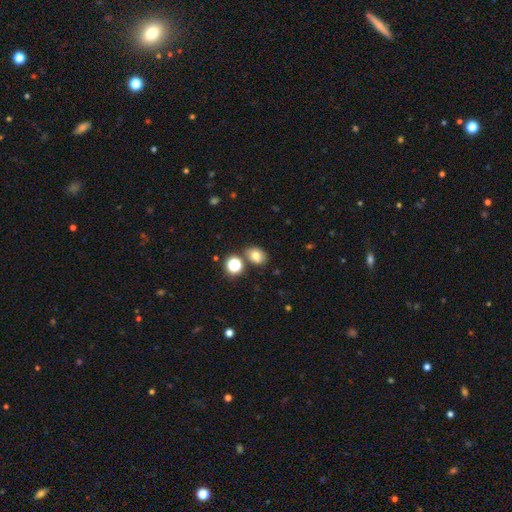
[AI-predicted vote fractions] The model was most divided on "how rounded": in between: 61%, round: 38%, cigar-shaped: 1%. More confident: merging — none (76%); smooth or featured — smooth (76%).